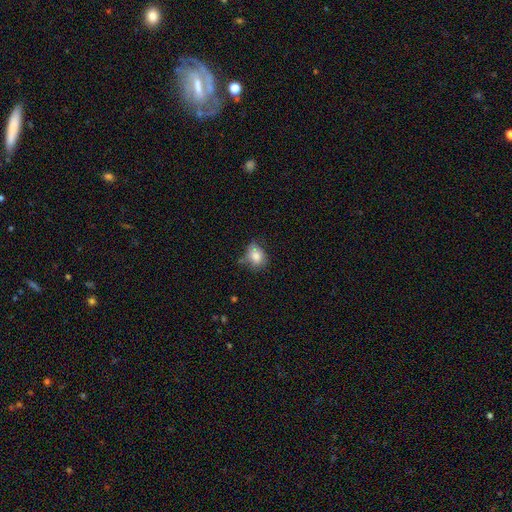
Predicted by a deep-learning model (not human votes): Q: Smooth or featured?
A: smooth (81%); runner-up: featured or disk (9%)
Q: How rounded?
A: in between (55%); runner-up: round (44%)
Q: Merging?
A: none (56%); runner-up: minor disturbance (31%)